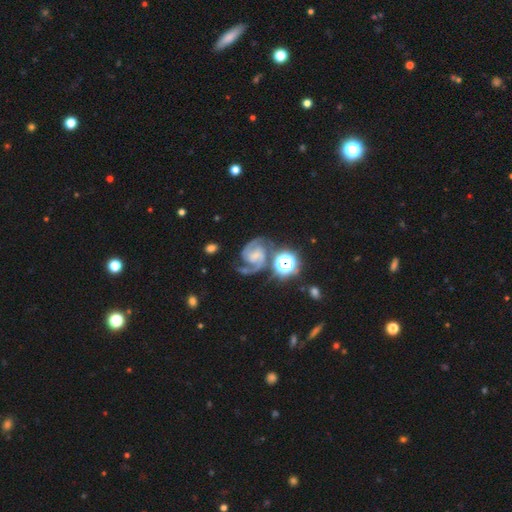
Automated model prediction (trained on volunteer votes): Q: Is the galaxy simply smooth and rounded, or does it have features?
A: featured or disk — 86%.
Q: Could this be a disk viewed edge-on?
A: no — 98%.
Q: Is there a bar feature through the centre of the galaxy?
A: weak — 42%.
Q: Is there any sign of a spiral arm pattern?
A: yes — 98%.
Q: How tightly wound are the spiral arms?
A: medium — 56%.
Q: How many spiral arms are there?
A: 2 — 87%.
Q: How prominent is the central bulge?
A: small — 54%.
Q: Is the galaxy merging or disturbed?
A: none — 57%.